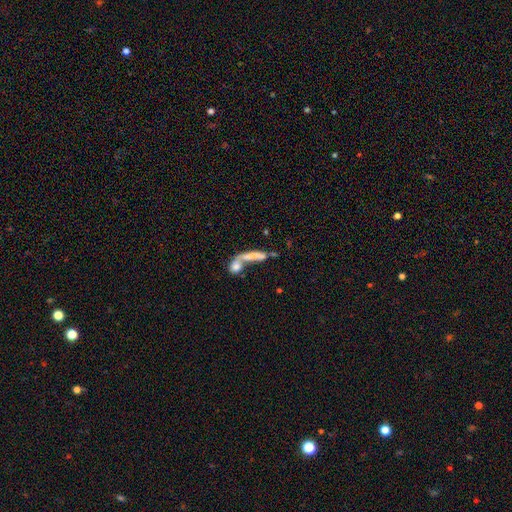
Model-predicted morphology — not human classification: Smooth or featured? smooth (61%)
How rounded? cigar-shaped (61%)
Merging? merger (58%)